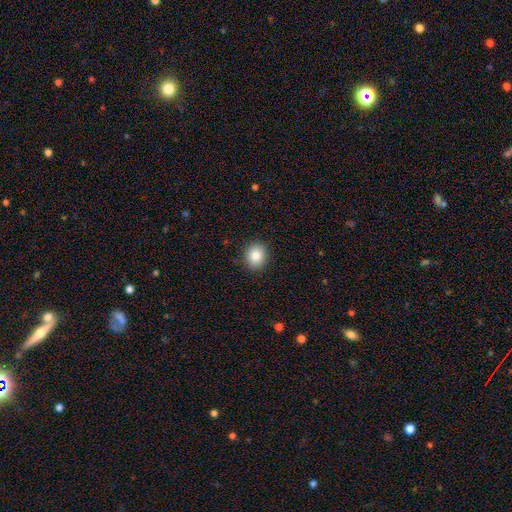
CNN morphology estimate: Smooth or featured? Predicted: smooth (p=0.85). How rounded? Predicted: round (p=0.64). Merging? Predicted: none (p=0.90).